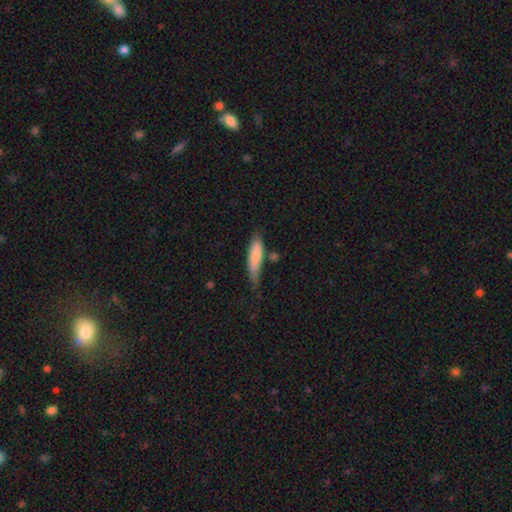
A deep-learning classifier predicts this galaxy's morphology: type=smooth (75%); roundness=cigar-shaped (67%); merging=none (51%).